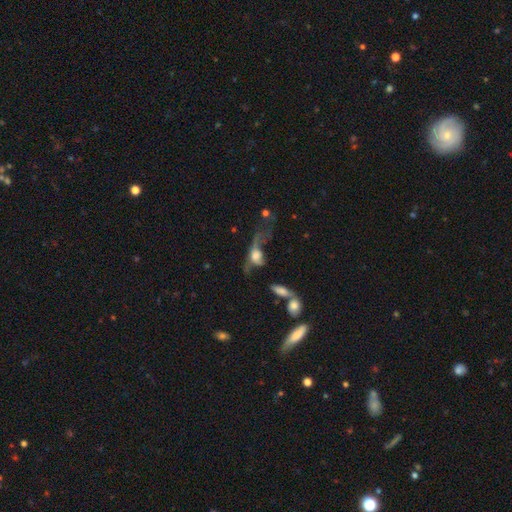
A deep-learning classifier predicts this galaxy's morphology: Overall: featured or disk (48%; smooth 40%). Merging: major disturbance (54%; none 19%).